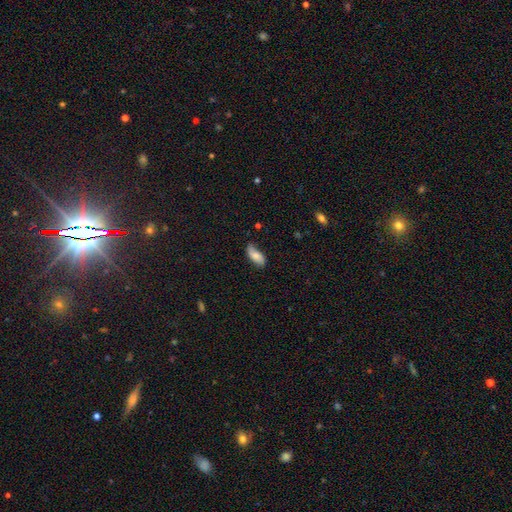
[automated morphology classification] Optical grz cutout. It shows a smooth galaxy with no disk features (75%) that is in between round and cigar-shaped (86%). Merging: none (64%).